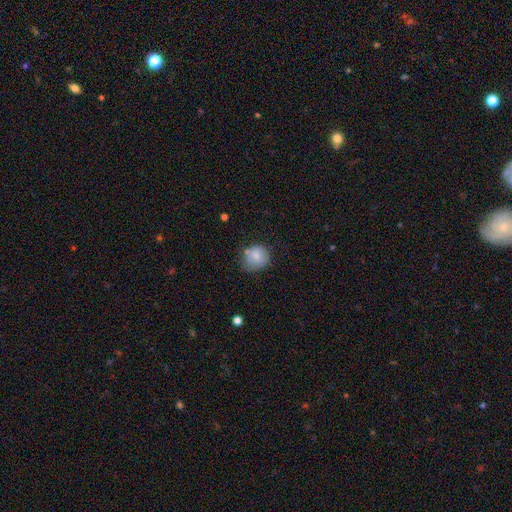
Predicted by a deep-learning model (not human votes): smooth 77%, featured or disk 14%, star or artifact 9%. Down the decision tree: how rounded — round (79%); merging — none (58%).